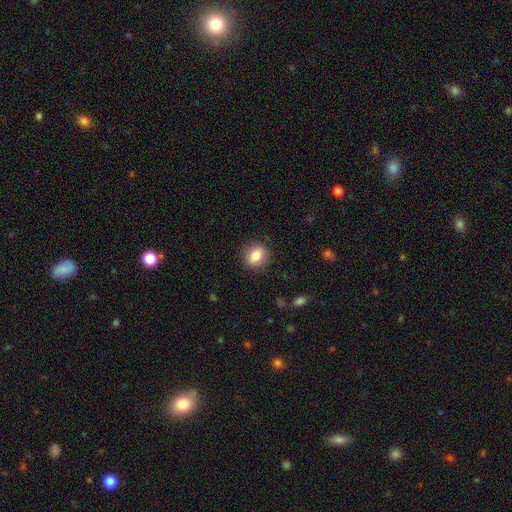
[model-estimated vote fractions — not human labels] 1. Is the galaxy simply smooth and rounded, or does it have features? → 83% smooth, 9% star or artifact, 8% featured or disk.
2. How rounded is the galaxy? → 60% round, 39% in between, 1% cigar-shaped.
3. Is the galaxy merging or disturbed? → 87% none, 9% minor disturbance, 3% major disturbance, 1% merger.